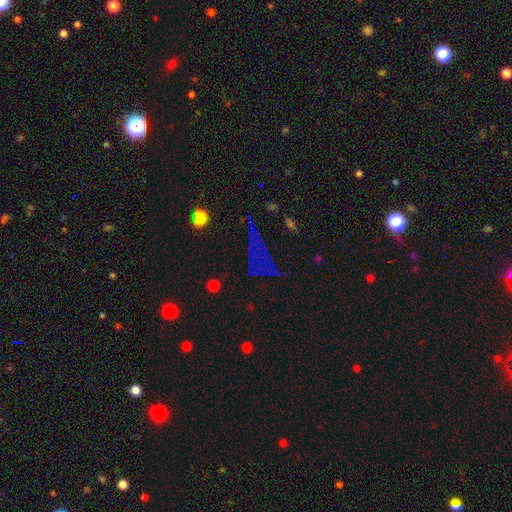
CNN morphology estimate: A star or artifact, not a galaxy (52%).

Vote fractions:
- Smooth or featured? star or artifact: 52% / smooth: 29% / featured or disk: 20%